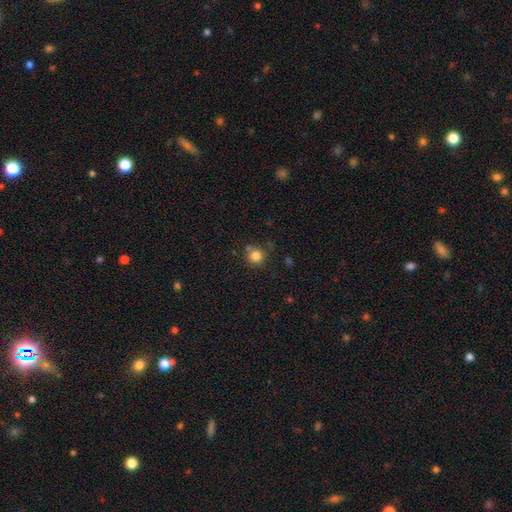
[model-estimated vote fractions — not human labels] Overall: smooth (83%). How rounded: round (91%). Merging: none (71%).